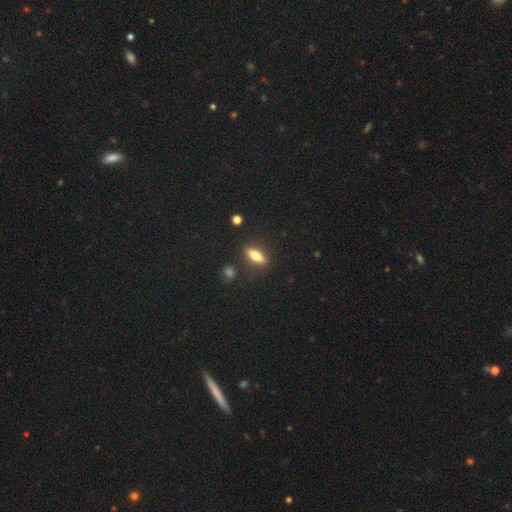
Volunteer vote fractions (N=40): Smooth or featured? smooth (68%)
How rounded? cigar-shaped (52%)
Merging? none (81%)